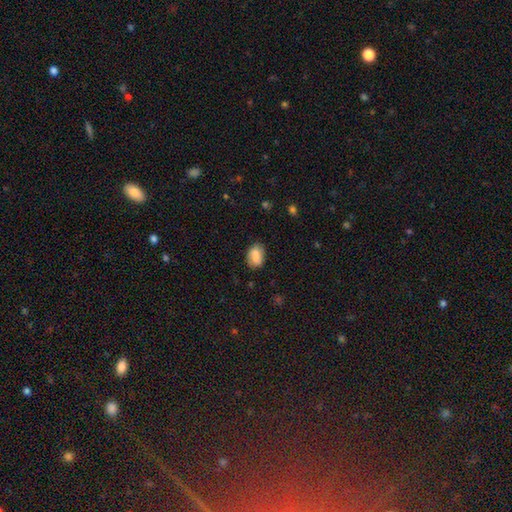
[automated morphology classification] smooth 76%, featured or disk 16%, star or artifact 8%. Down the decision tree: how rounded — in between (84%); merging — none (78%).